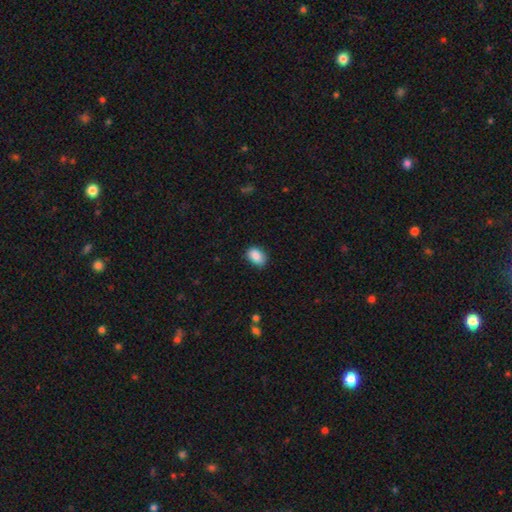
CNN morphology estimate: The model was most divided on "merging": none: 76%, minor disturbance: 19%, major disturbance: 3%, merger: 1%. More confident: smooth or featured — smooth (87%); how rounded — in between (80%).